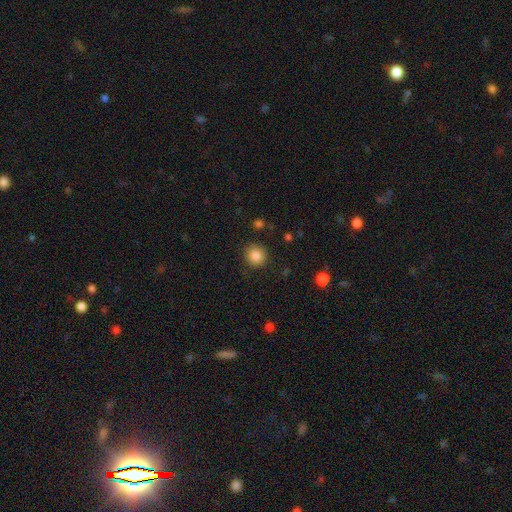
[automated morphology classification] smooth 86%, star or artifact 10%, featured or disk 4%. Down the decision tree: how rounded — round (91%); merging — none (88%).